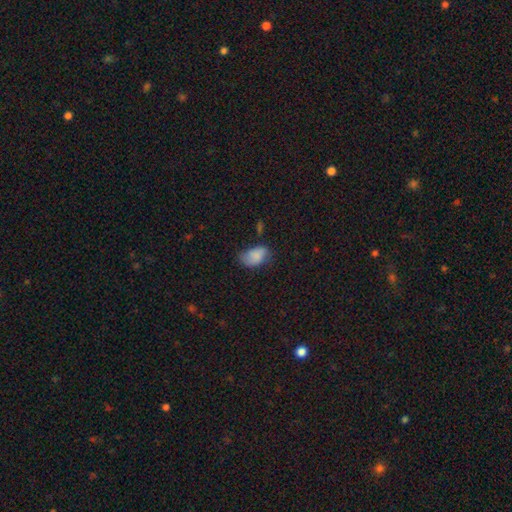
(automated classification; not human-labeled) smooth-or-featured: smooth: 81% | featured or disk: 11% | star or artifact: 8%
  how-rounded: in between: 91% | round: 7% | cigar-shaped: 1%
  merging: none: 52% | minor disturbance: 34% | major disturbance: 10% | merger: 3%